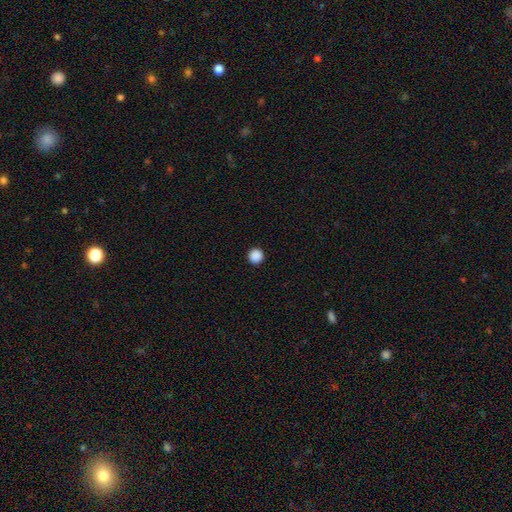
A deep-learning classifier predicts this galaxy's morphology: smooth 89%, star or artifact 9%, featured or disk 2%. Down the decision tree: how rounded — round (95%); merging — none (94%).